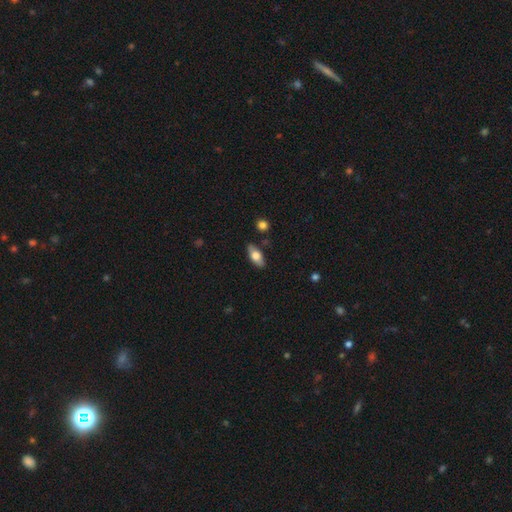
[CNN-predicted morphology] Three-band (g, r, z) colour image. It shows a smooth galaxy with no disk features (67%) that is in between round and cigar-shaped (84%). Merging: none (83%).